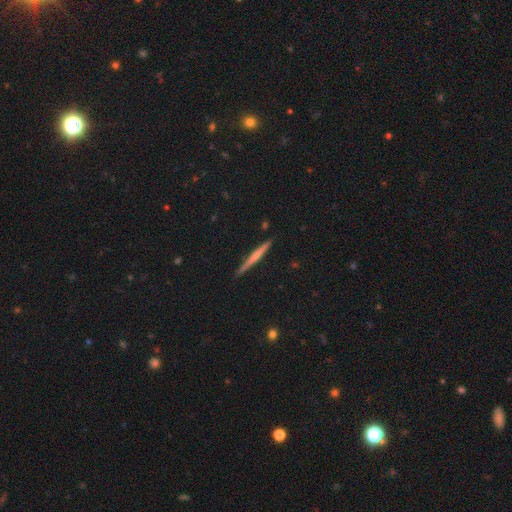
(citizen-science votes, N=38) smooth_or_featured: smooth (p=0.53) [alt: featured or disk p=0.45]
how_rounded: cigar-shaped (p=0.95) [alt: in between p=0.05]
merging: none (p=0.95) [alt: minor disturbance p=0.05]